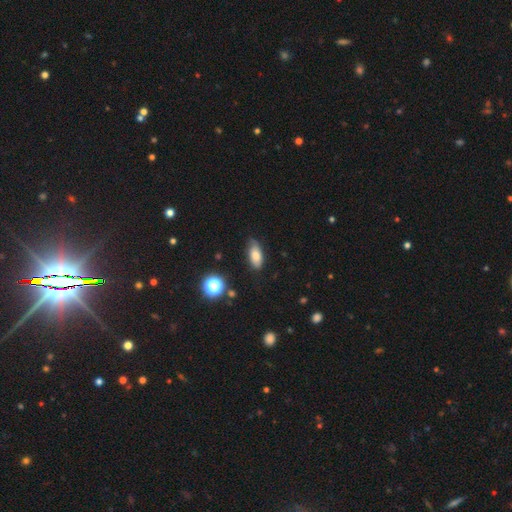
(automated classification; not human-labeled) smooth 80%, featured or disk 11%, star or artifact 9%. Down the decision tree: how rounded — in between (85%); merging — none (73%).